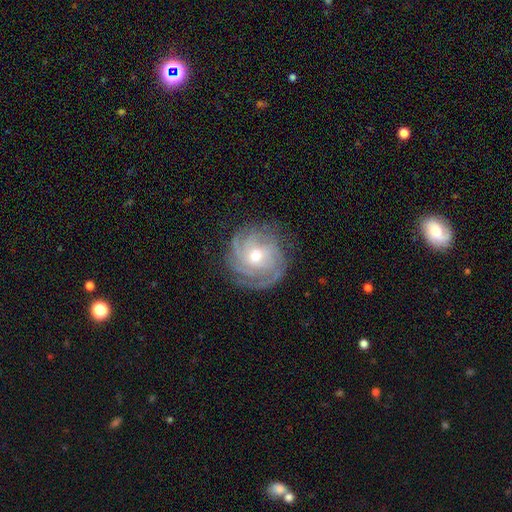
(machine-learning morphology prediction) Overall: featured or disk (86%). Edge-on disk: no (97%). Bar: no (64%; weak 29%). Spiral arms: yes (96%). Spiral arm count: 3 (26%; can't tell 25%). Spiral winding: tight (71%). Bulge size: moderate (71%). Merging: none (80%).